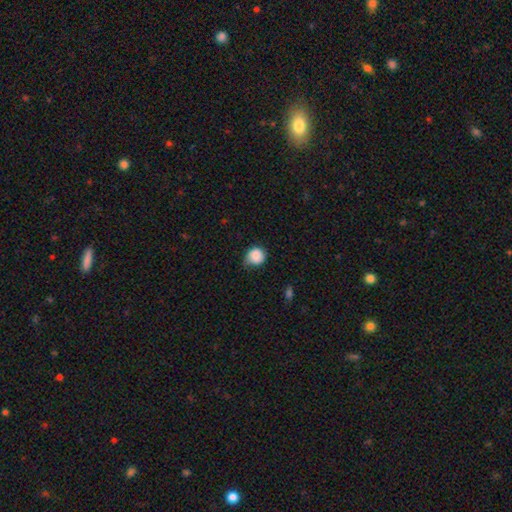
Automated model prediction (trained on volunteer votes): Overall: smooth (85%). How rounded: round (83%). Merging: none (46%; minor disturbance 41%).